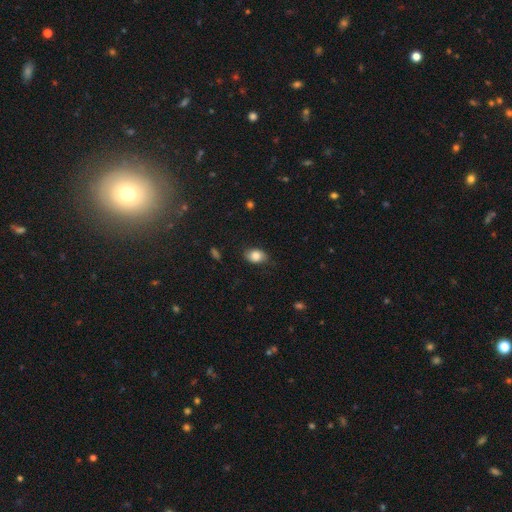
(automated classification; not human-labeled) A smooth galaxy with no disk features (83%) that is in between round and cigar-shaped (78%).

Vote fractions:
- Smooth or featured? smooth: 83% / featured or disk: 9% / star or artifact: 8%
- How rounded? in between: 78% / round: 21% / cigar-shaped: 1%
- Merging? none: 76% / minor disturbance: 19% / major disturbance: 4% / merger: 1%